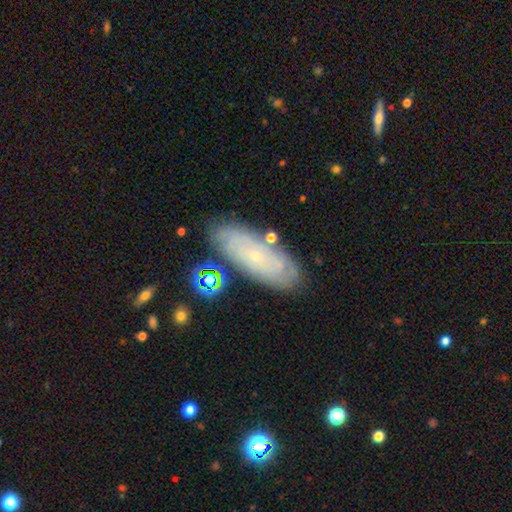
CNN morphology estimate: Overall: featured or disk (60%; smooth 32%). Edge-on disk: no (85%). Bar: no (84%). Spiral arms: yes (77%). Bulge size: small (88%). Merging: none (79%).